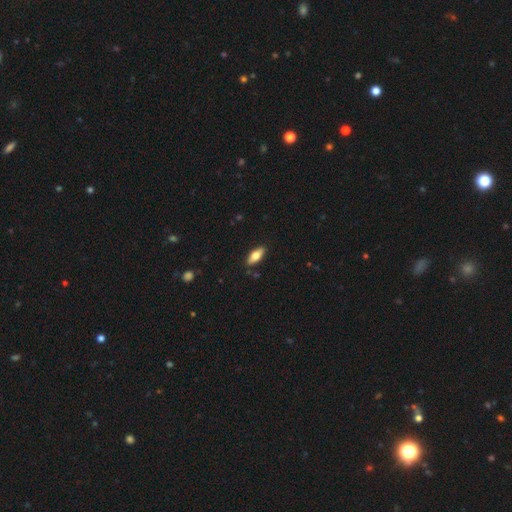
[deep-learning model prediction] A smooth galaxy with no disk features (68%) that is in between round and cigar-shaped (78%). Merging: none (87%).